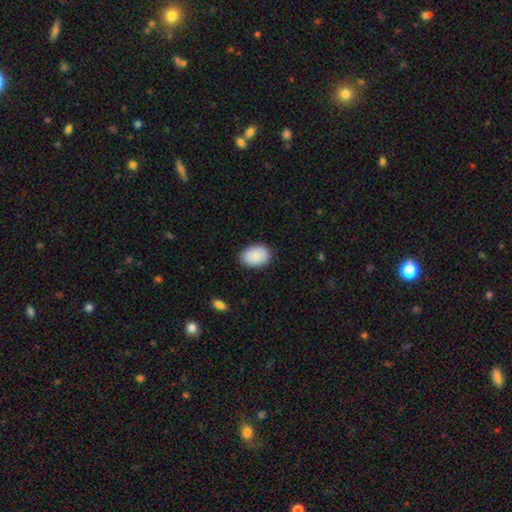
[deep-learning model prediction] A smooth galaxy with no disk features (88%) that is in between round and cigar-shaped (83%).

Vote fractions:
- Smooth or featured? smooth: 88% / featured or disk: 6% / star or artifact: 6%
- How rounded? in between: 83% / round: 16% / cigar-shaped: 1%
- Merging? none: 87% / minor disturbance: 10% / major disturbance: 2% / merger: 1%